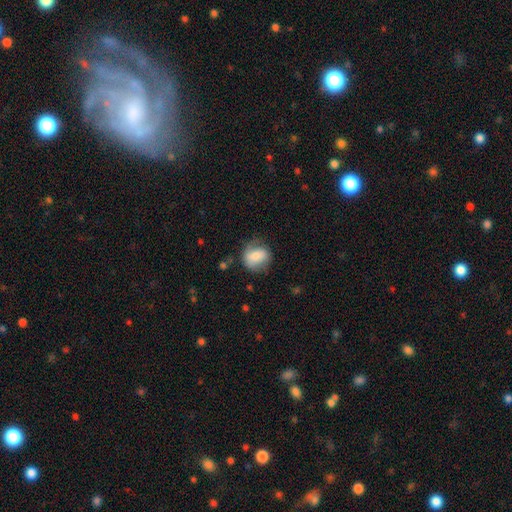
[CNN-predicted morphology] Smooth or featured?
  - smooth: 71% *
  - featured or disk: 21%
  - star or artifact: 8%
How rounded?
  - round: 59% *
  - in between: 40%
  - cigar-shaped: 1%
Merging?
  - none: 60% *
  - minor disturbance: 26%
  - major disturbance: 12%
  - merger: 2%